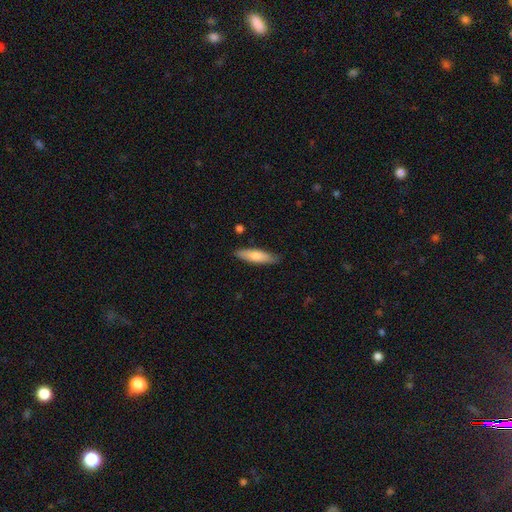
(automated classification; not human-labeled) Overall: smooth (74%). How rounded: cigar-shaped (67%; in between 31%). Merging: none (86%).